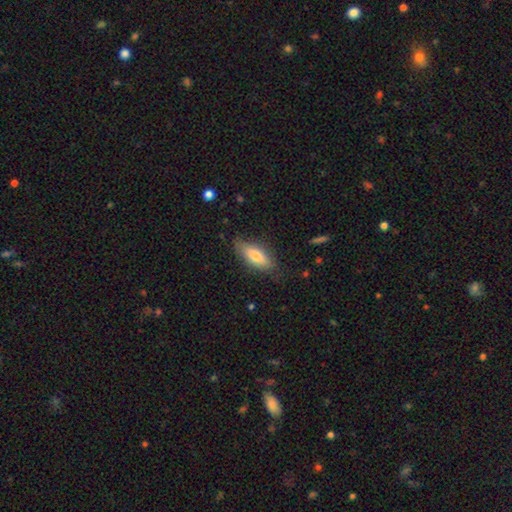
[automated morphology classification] smooth-or-featured: smooth: 74% | featured or disk: 20% | star or artifact: 6%
  how-rounded: in between: 71% | cigar-shaped: 26% | round: 2%
  merging: none: 76% | minor disturbance: 19% | major disturbance: 4% | merger: 1%